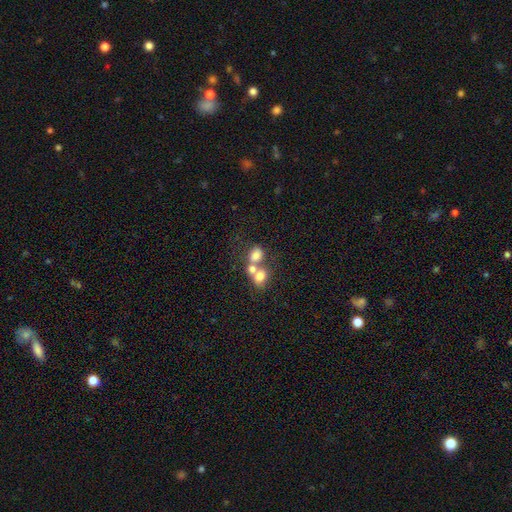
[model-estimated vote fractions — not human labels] Q: Smooth or featured?
A: smooth (71%); runner-up: featured or disk (17%)
Q: How rounded?
A: round (51%); runner-up: in between (47%)
Q: Merging?
A: merger (61%); runner-up: none (27%)